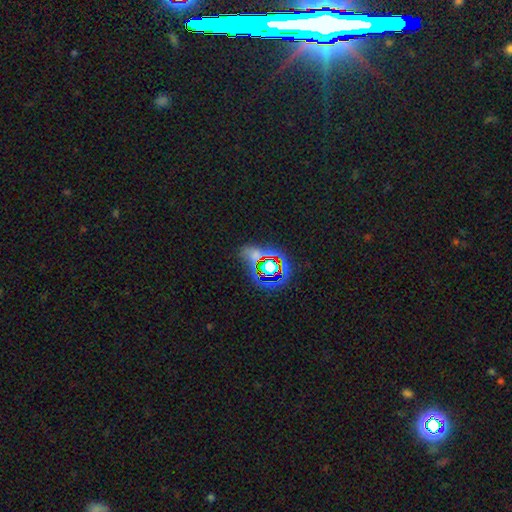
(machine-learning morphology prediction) This appears to be a star or artifact, not a galaxy (62%).